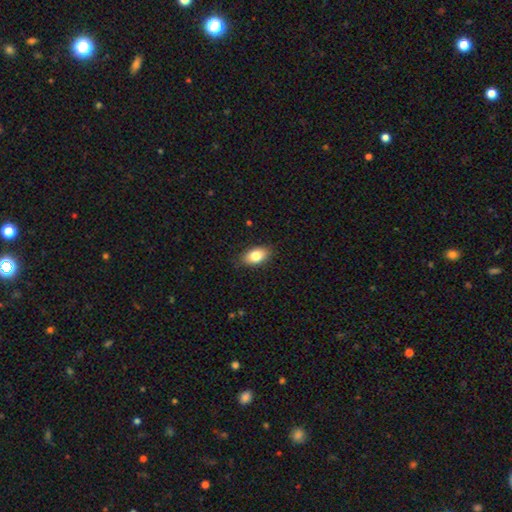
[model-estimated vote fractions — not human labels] This is clearly a smooth galaxy (82%). How rounded: clearly in between (90%). Merging: clearly none (86%).